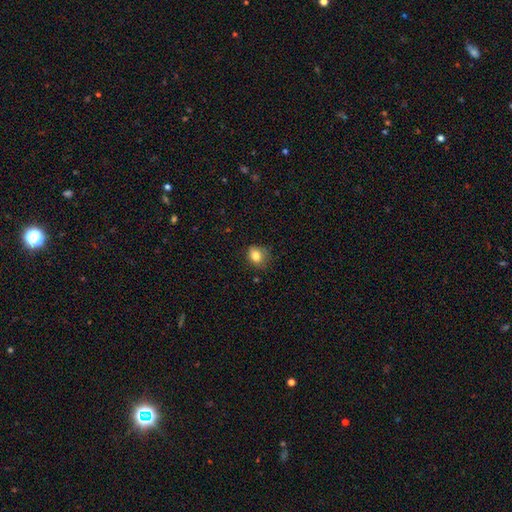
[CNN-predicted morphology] type=smooth (82%); roundness=round (58%); merging=none (67%).